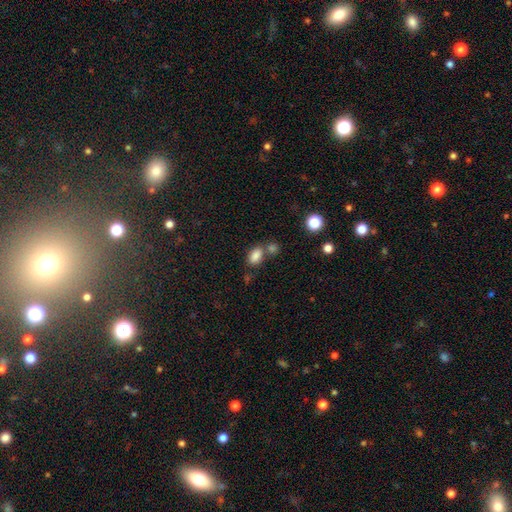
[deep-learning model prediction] Q: Smooth or featured?
A: smooth (84%); runner-up: star or artifact (10%)
Q: How rounded?
A: in between (85%); runner-up: round (13%)
Q: Merging?
A: none (52%); runner-up: merger (30%)